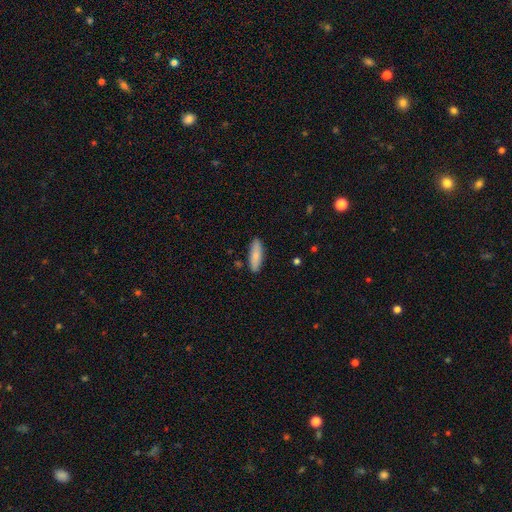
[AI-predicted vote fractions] This is clearly a smooth galaxy (80%). How rounded: possibly cigar-shaped (52%). Merging: clearly none (87%).